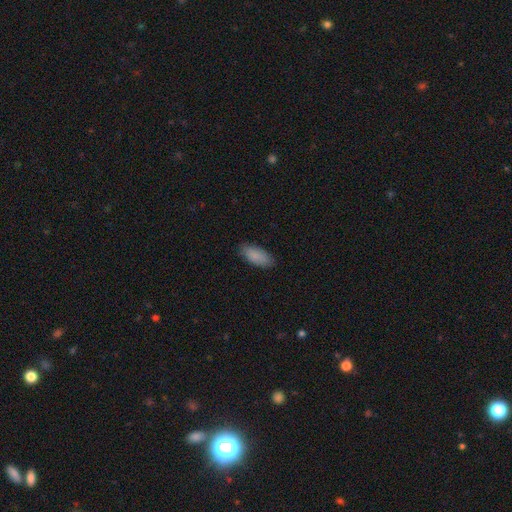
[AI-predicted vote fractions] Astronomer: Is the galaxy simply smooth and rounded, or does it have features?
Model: smooth — 88%.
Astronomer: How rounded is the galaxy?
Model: in between — 88%.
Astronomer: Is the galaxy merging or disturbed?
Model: none — 83%.